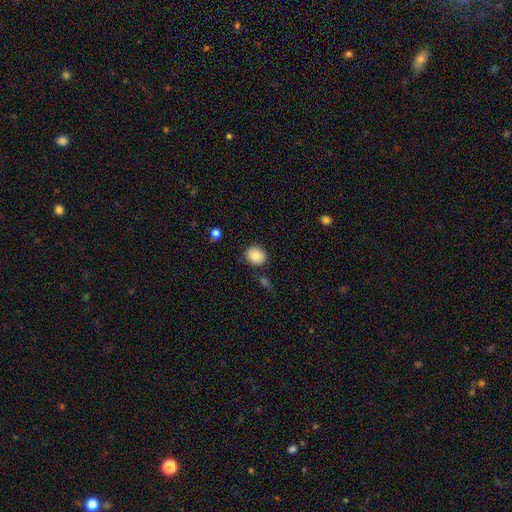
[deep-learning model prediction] This appears to be a smooth galaxy with no disk features (86%) that is round (66%). Merging: none (82%).